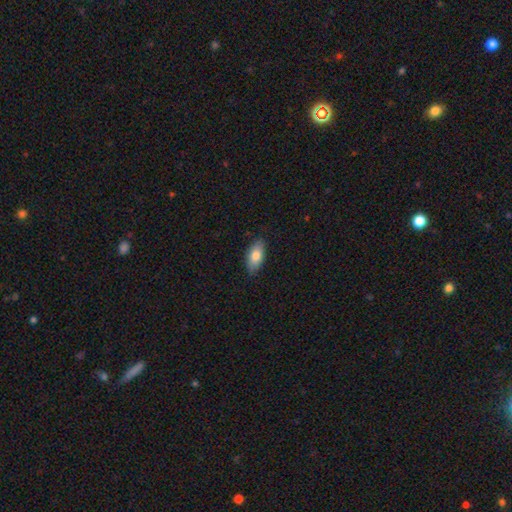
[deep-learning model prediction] Smooth or featured: smooth — 81% (featured or disk — 13%)
How rounded: in between — 90% (cigar-shaped — 7%)
Merging: none — 86% (minor disturbance — 11%)